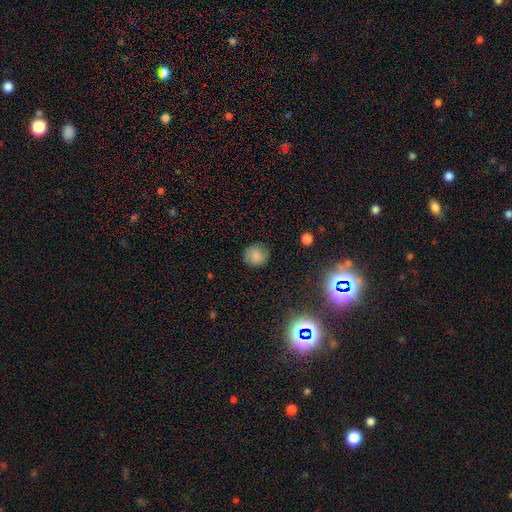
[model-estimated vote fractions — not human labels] smooth_or_featured: smooth (p=0.81) [alt: star or artifact p=0.11]
how_rounded: round (p=0.88) [alt: in between p=0.11]
merging: none (p=0.86) [alt: minor disturbance p=0.10]